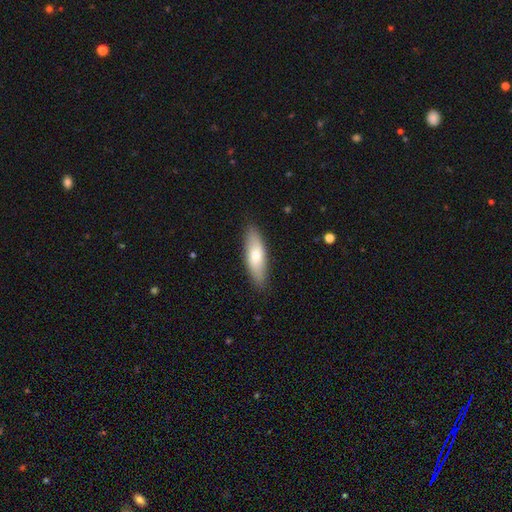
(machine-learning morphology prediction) smooth-or-featured: smooth: 68% | featured or disk: 26% | star or artifact: 6%
  how-rounded: in between: 53% | cigar-shaped: 45% | round: 2%
  merging: none: 87% | minor disturbance: 10% | major disturbance: 2% | merger: 1%